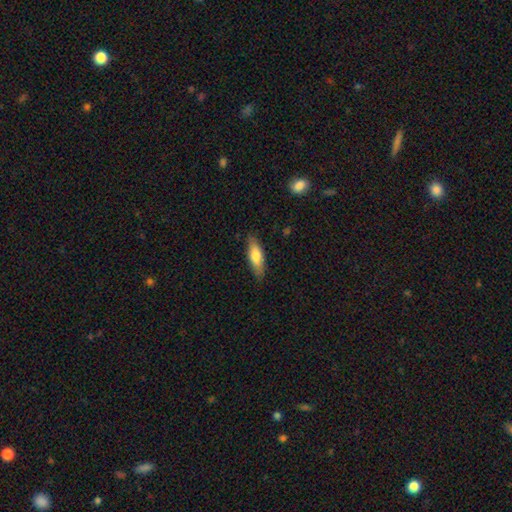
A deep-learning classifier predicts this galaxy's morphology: Smooth or featured: smooth — 71% (featured or disk — 23%)
How rounded: in between — 58% (cigar-shaped — 40%)
Merging: none — 84% (minor disturbance — 12%)